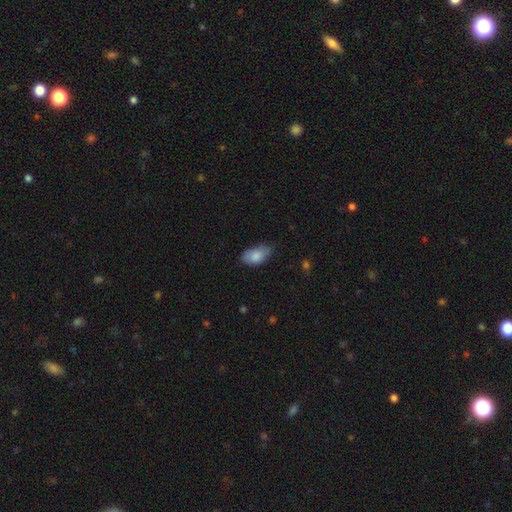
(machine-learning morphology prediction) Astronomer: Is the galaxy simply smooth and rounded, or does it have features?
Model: smooth — 85%.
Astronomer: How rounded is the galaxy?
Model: in between — 93%.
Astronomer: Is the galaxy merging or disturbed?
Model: none — 63%.